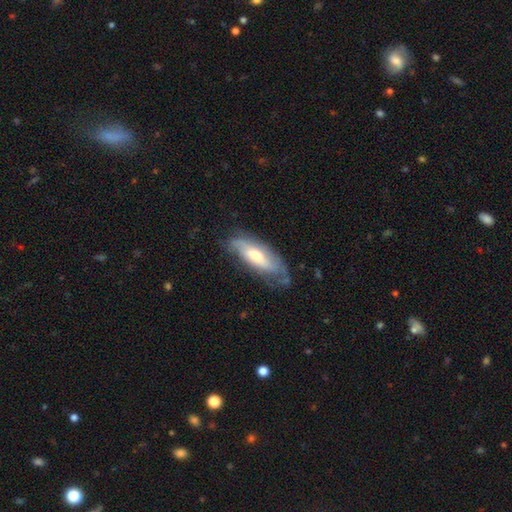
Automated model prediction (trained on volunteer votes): Overall: featured or disk (54%; smooth 40%). Edge-on disk: no (71%). Merging: none (57%; minor disturbance 29%).